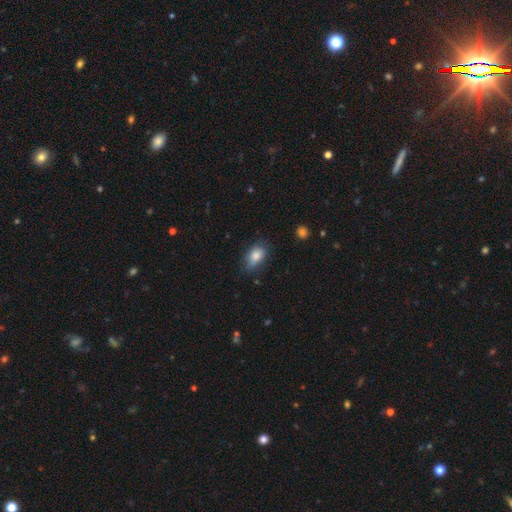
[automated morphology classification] smooth 82%, featured or disk 10%, star or artifact 8%. Down the decision tree: how rounded — in between (88%); merging — none (69%).